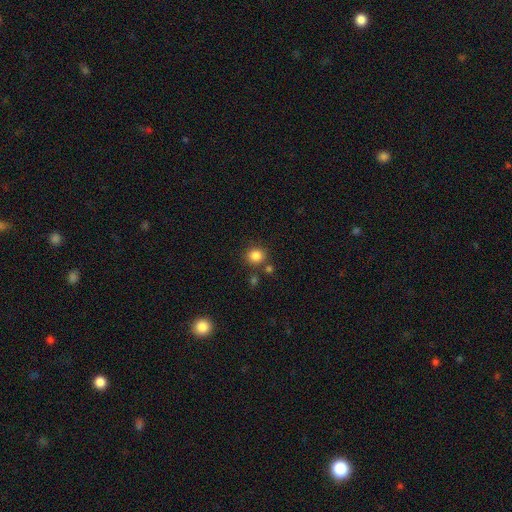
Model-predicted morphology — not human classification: A smooth galaxy with no disk features (84%) that is round (87%).

Vote fractions:
- Smooth or featured? smooth: 84% / star or artifact: 11% / featured or disk: 5%
- How rounded? round: 87% / in between: 12% / cigar-shaped: 1%
- Merging? none: 79% / minor disturbance: 9% / merger: 9% / major disturbance: 3%